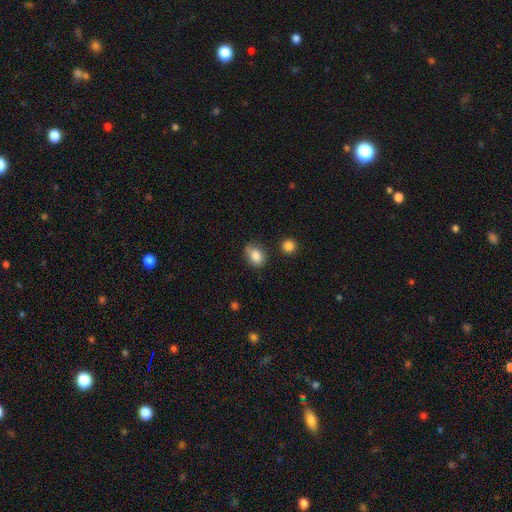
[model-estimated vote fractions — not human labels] A smooth galaxy with no disk features (83%) that is in between round and cigar-shaped (63%).

Vote fractions:
- Smooth or featured? smooth: 83% / star or artifact: 9% / featured or disk: 8%
- How rounded? in between: 63% / round: 36% / cigar-shaped: 1%
- Merging? none: 64% / minor disturbance: 25% / major disturbance: 5% / merger: 5%